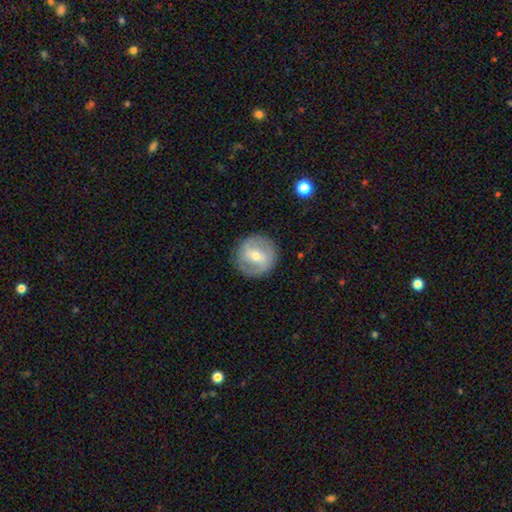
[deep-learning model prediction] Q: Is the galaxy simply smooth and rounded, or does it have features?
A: featured or disk — 63%.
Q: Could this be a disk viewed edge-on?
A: no — 96%.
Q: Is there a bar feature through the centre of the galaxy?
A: weak — 47%.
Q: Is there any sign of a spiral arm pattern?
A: yes — 67%.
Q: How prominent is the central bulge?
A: moderate — 55%.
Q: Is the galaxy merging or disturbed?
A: none — 86%.